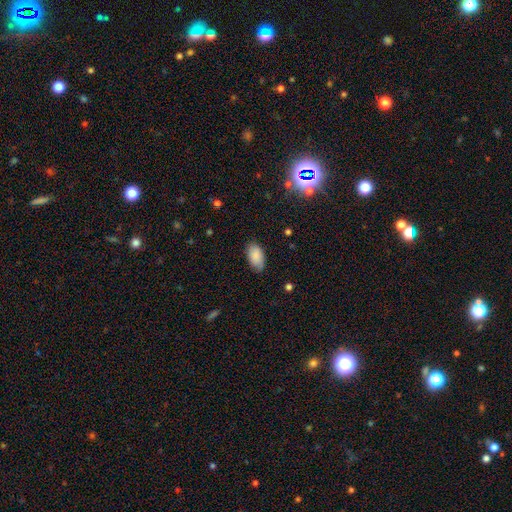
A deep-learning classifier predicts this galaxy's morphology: smooth_or_featured: smooth (p=0.88) [alt: star or artifact p=0.07]
how_rounded: in between (p=0.94) [alt: round p=0.04]
merging: none (p=0.78) [alt: minor disturbance p=0.18]